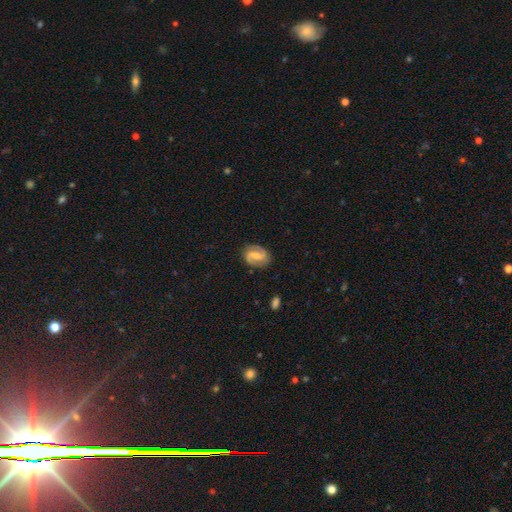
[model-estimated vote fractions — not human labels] Smooth or featured? featured or disk (82%)
Edge-on disk? no (98%)
Bar? weak (48%)
Spiral arms? yes (96%)
Spiral winding? medium (50%)
Spiral arm count? 2 (92%)
Bulge size? moderate (38%)
Merging? none (84%)